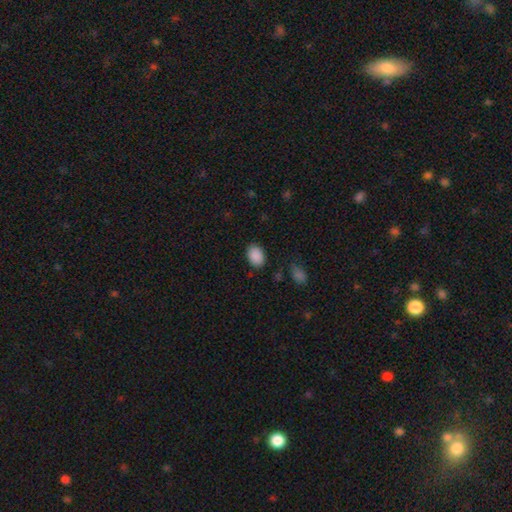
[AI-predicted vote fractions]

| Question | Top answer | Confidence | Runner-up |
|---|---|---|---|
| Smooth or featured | smooth | 89% | star or artifact (8%) |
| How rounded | in between | 77% | round (22%) |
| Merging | none | 84% | minor disturbance (11%) |